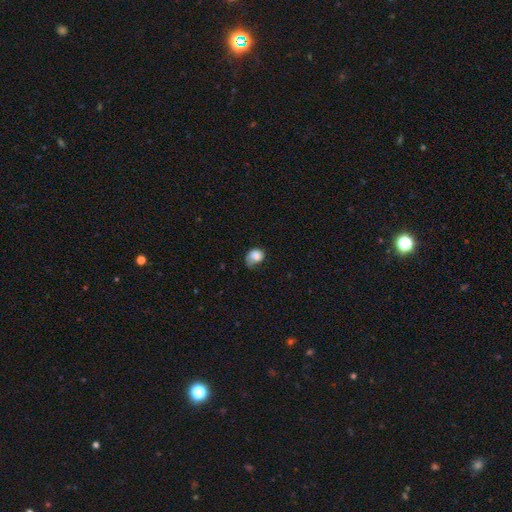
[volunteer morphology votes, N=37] Overall: smooth (86%). How rounded: in between (59%; round 41%). Merging: minor disturbance (46%; major disturbance 38%).